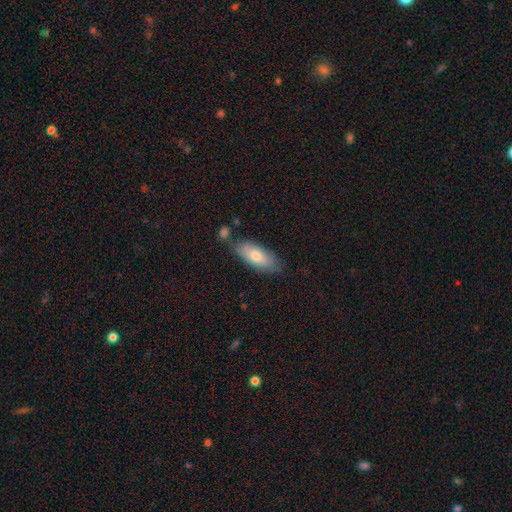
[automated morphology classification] smooth-or-featured: smooth: 74% | featured or disk: 20% | star or artifact: 6%
  how-rounded: in between: 77% | cigar-shaped: 21% | round: 2%
  merging: none: 71% | minor disturbance: 18% | merger: 8% | major disturbance: 4%